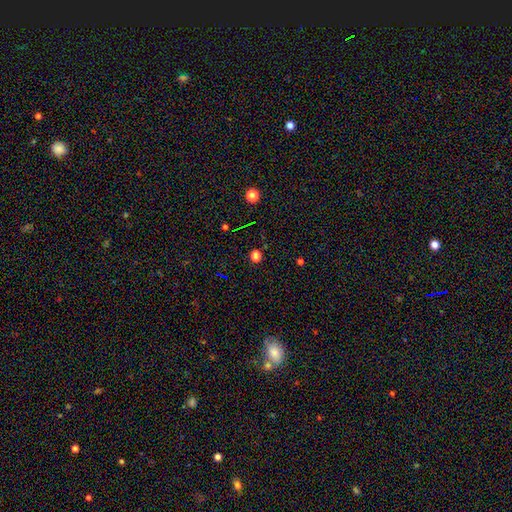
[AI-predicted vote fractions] Smooth or featured?
  - smooth: 64% *
  - star or artifact: 31%
  - featured or disk: 5%
How rounded?
  - round: 66% *
  - in between: 32%
  - cigar-shaped: 2%
Merging?
  - none: 87% *
  - minor disturbance: 8%
  - major disturbance: 3%
  - merger: 2%